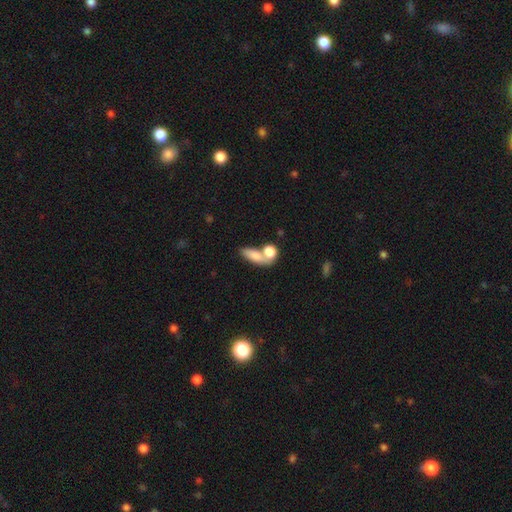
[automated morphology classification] The model was most divided on "merging": merger: 48%, none: 34%, minor disturbance: 11%, major disturbance: 7%. More confident: smooth or featured — smooth (77%); how rounded — in between (67%).